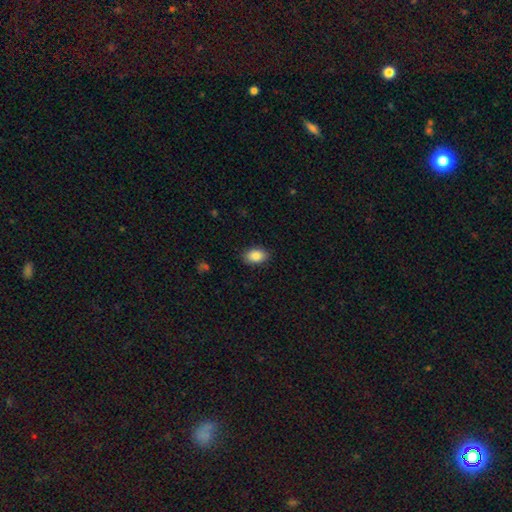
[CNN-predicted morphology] The model was most divided on "how rounded": in between: 87%, round: 11%, cigar-shaped: 1%. More confident: merging — none (87%); smooth or featured — smooth (87%).